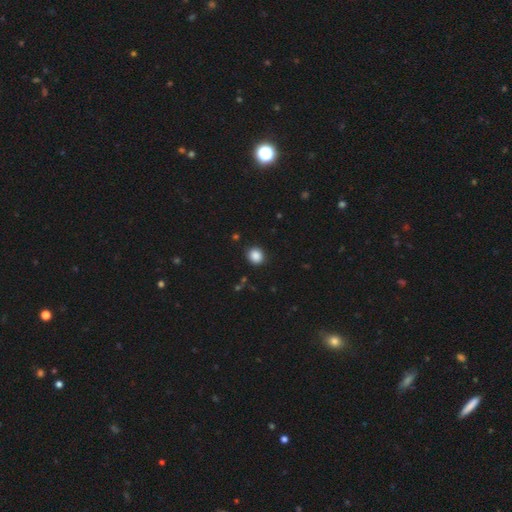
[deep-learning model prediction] A smooth galaxy with no disk features (87%) that is round (80%). Merging: none (89%).